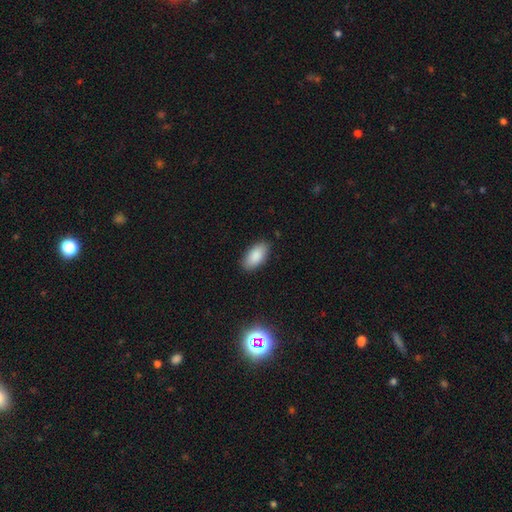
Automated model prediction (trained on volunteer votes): This appears to be a smooth galaxy with no disk features (88%) that is in between round and cigar-shaped (92%). Merging: none (86%).